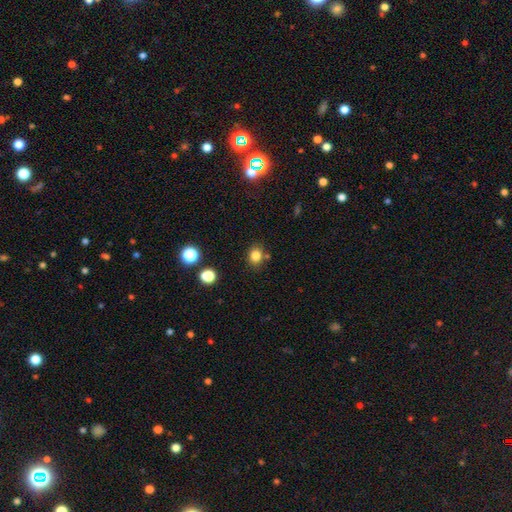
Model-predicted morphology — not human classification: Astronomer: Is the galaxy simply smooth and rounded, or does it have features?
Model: smooth — 82%.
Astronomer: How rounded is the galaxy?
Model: round — 62% (runner-up: in between, 37%).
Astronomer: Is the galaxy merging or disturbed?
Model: none — 78%.